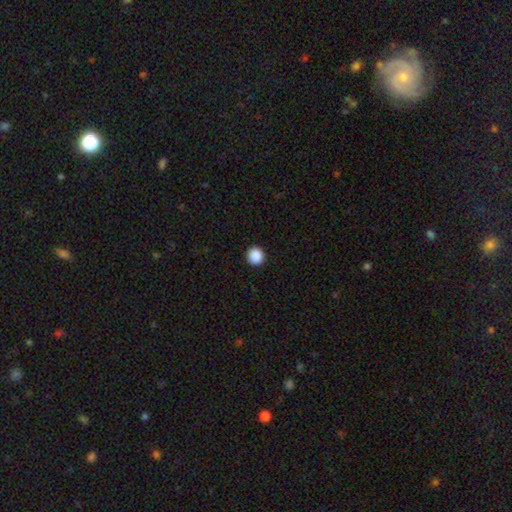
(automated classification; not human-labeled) Smooth or featured?
  - smooth: 89% *
  - star or artifact: 9%
  - featured or disk: 2%
How rounded?
  - round: 92% *
  - in between: 7%
  - cigar-shaped: 1%
Merging?
  - none: 93% *
  - minor disturbance: 4%
  - major disturbance: 2%
  - merger: 1%